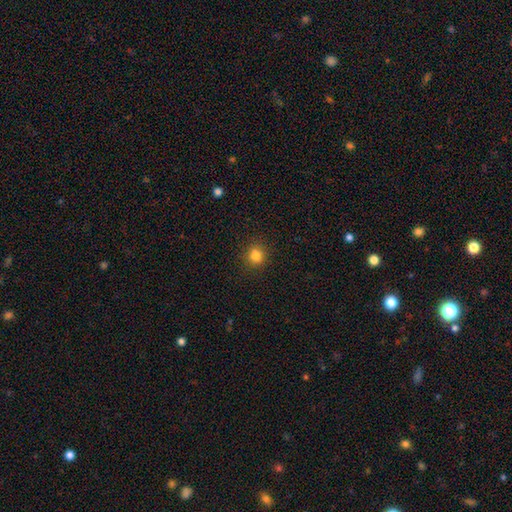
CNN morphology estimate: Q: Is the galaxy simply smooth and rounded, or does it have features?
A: smooth — 81%.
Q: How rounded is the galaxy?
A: round — 86%.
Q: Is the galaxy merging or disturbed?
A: none — 86%.